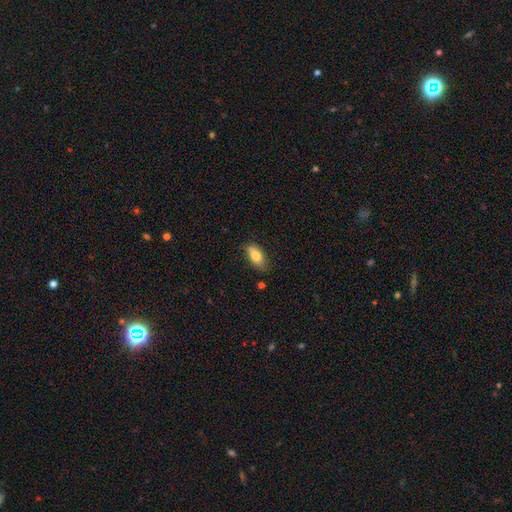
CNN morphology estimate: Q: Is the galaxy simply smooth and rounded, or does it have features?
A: smooth — 78%.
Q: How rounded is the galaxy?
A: in between — 84%.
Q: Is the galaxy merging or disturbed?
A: none — 74%.